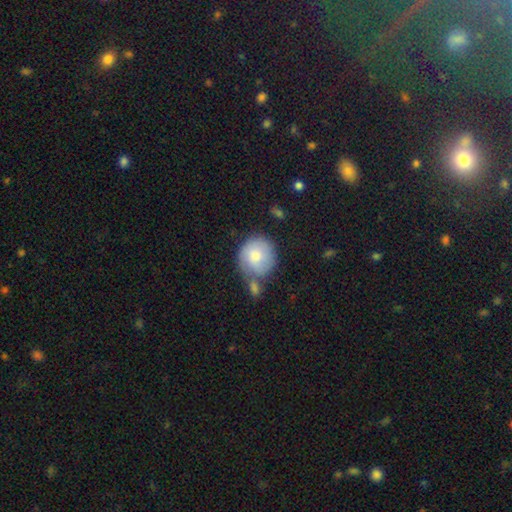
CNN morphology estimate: A smooth galaxy with no disk features (75%) that is round (88%).

Vote fractions:
- Smooth or featured? smooth: 75% / featured or disk: 19% / star or artifact: 6%
- How rounded? round: 88% / in between: 11% / cigar-shaped: 1%
- Merging? none: 45% / merger: 25% / minor disturbance: 21% / major disturbance: 9%